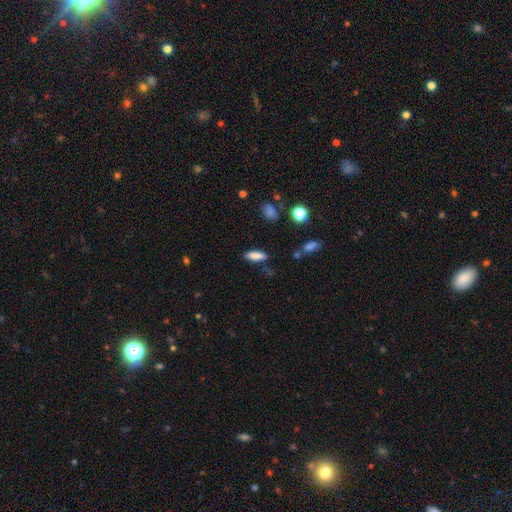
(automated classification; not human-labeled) This is clearly a smooth galaxy (83%). How rounded: possibly in between (53%). Merging: likely none (78%).